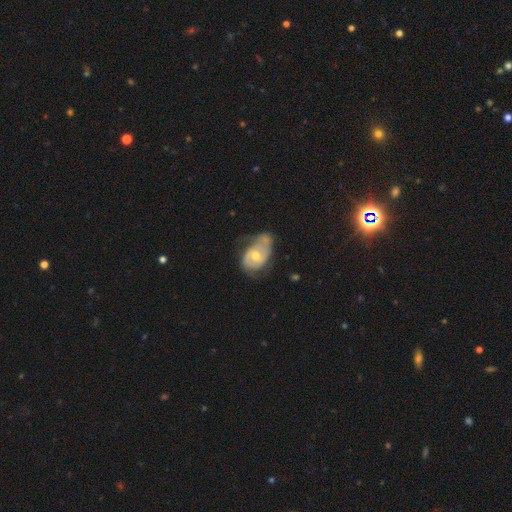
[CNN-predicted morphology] A featured or disk galaxy (66%) with no bar (65%), spiral arms (74%) and a moderate central bulge (67%). Merging: none (32%).